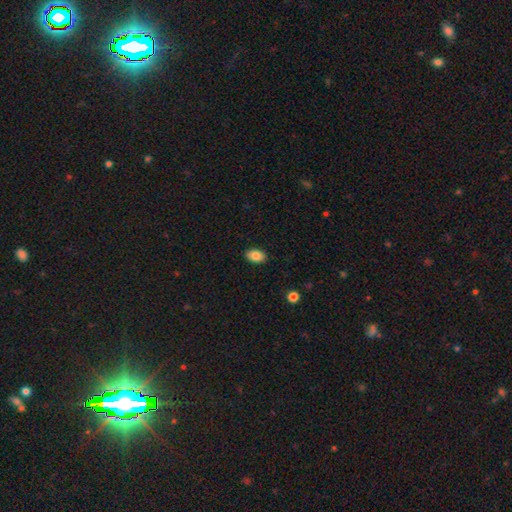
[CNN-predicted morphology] smooth 84%, star or artifact 8%, featured or disk 8%. Down the decision tree: how rounded — in between (87%); merging — none (89%).